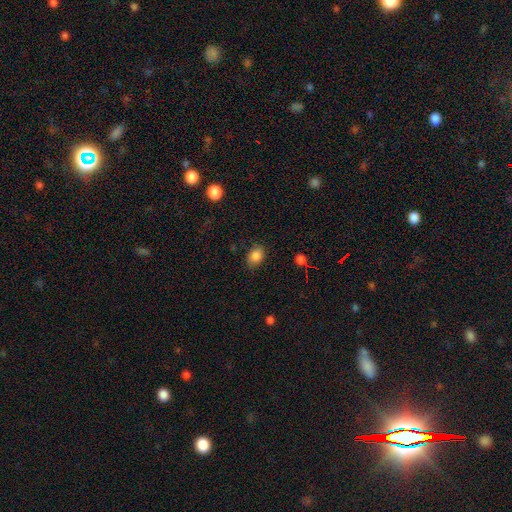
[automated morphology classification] Overall: smooth (86%). How rounded: in between (68%; round 31%). Merging: none (80%).